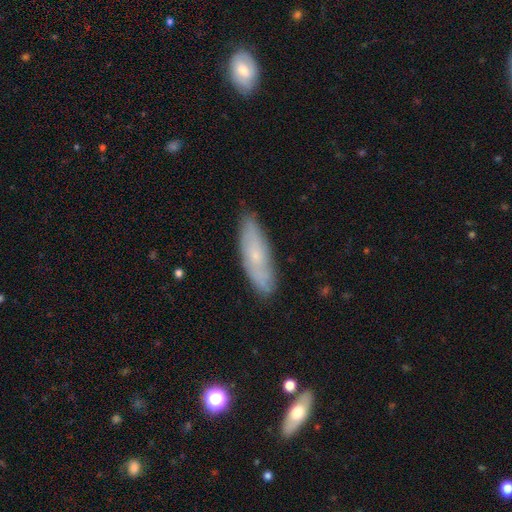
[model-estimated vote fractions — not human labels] A smooth galaxy with no disk features (54%) that is cigar-shaped (55%).

Vote fractions:
- Smooth or featured? smooth: 54% / featured or disk: 39% / star or artifact: 7%
- How rounded? cigar-shaped: 55% / in between: 43% / round: 2%
- Merging? none: 81% / minor disturbance: 15% / major disturbance: 2% / merger: 1%